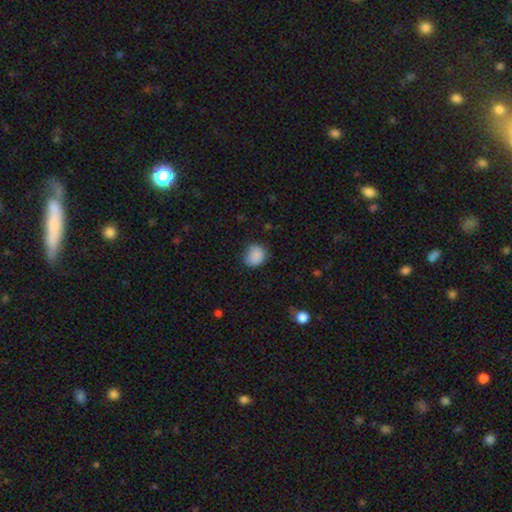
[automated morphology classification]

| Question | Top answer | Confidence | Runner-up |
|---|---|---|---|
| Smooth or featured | smooth | 87% | star or artifact (9%) |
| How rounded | round | 69% | in between (30%) |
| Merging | none | 70% | minor disturbance (24%) |